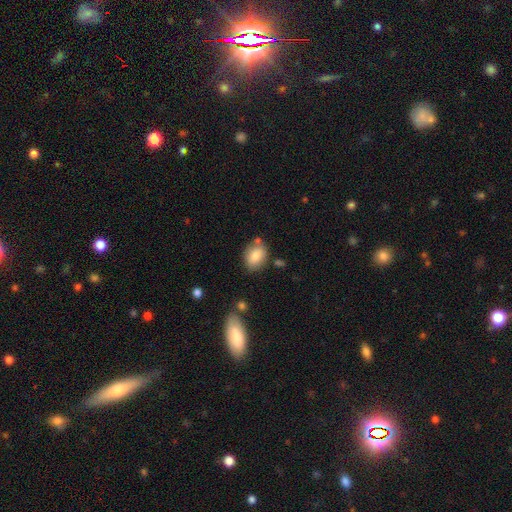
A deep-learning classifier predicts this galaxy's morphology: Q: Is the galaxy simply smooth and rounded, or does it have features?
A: smooth — 79%.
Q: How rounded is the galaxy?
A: in between — 70%.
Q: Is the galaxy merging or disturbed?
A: none — 71%.